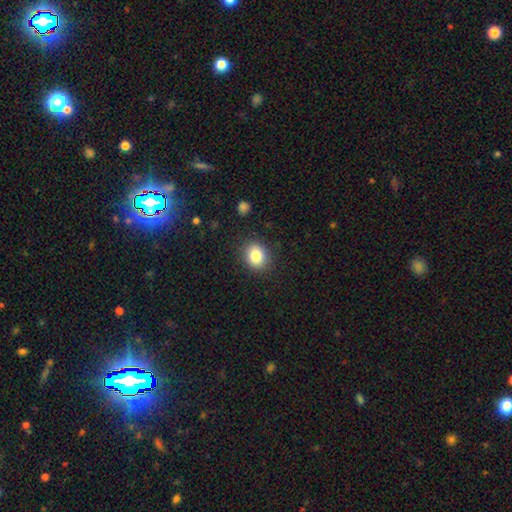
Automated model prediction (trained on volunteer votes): Overall: smooth (83%). How rounded: round (59%; in between 40%). Merging: none (87%).